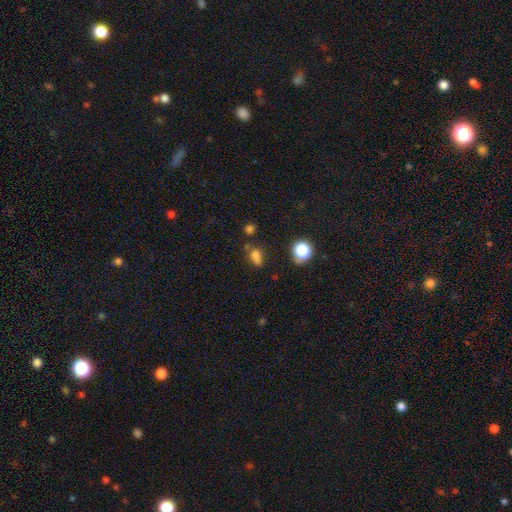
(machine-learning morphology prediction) This is likely a smooth galaxy (73%). How rounded: likely in between (63%). Merging: possibly none (51%).